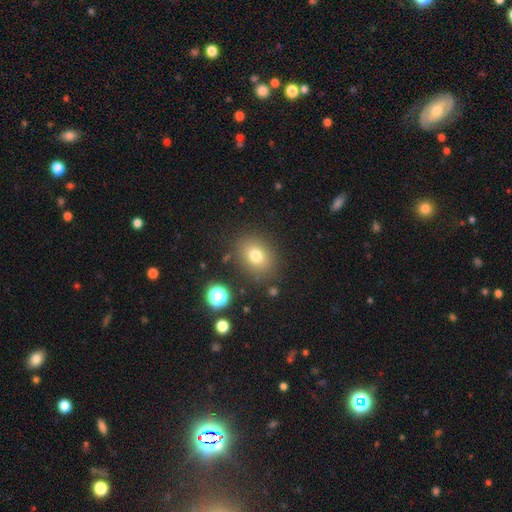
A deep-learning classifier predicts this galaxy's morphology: A smooth galaxy with no disk features (76%) that is in between round and cigar-shaped (50%). Merging: none (82%).